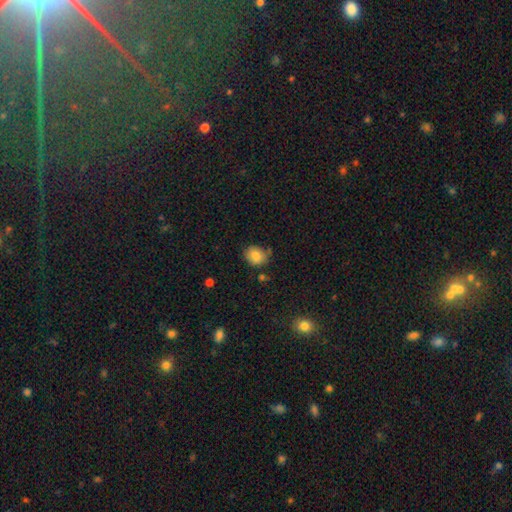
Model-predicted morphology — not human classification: This appears to be a smooth galaxy with no disk features (83%) that is round (56%). Merging: none (72%).